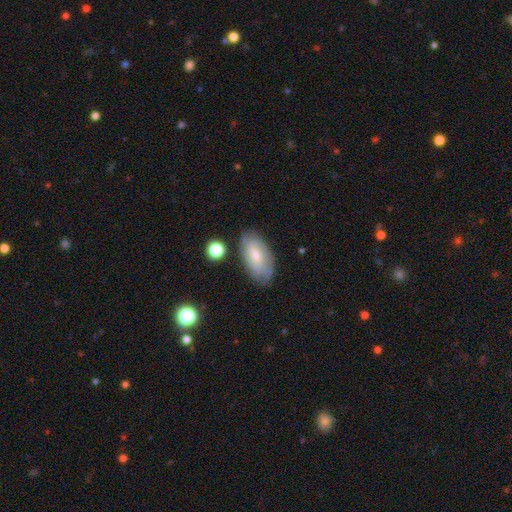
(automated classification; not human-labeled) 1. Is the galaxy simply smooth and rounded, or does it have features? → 67% smooth, 26% featured or disk, 7% star or artifact.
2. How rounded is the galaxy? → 93% in between, 4% cigar-shaped, 3% round.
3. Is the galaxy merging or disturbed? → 75% none, 18% minor disturbance, 4% major disturbance, 3% merger.